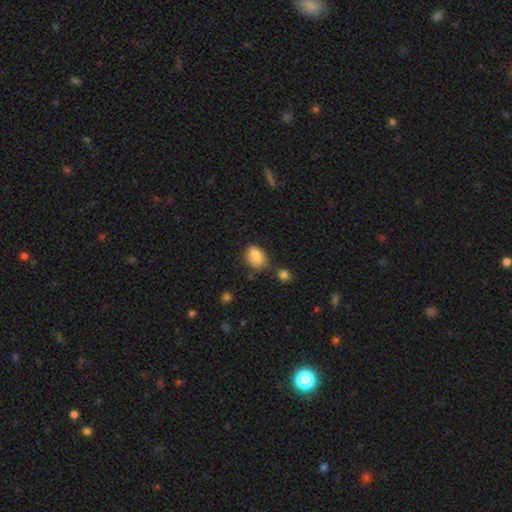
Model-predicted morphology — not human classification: Q: Smooth or featured?
A: smooth (81%); runner-up: featured or disk (11%)
Q: How rounded?
A: in between (82%); runner-up: round (15%)
Q: Merging?
A: none (58%); runner-up: minor disturbance (27%)